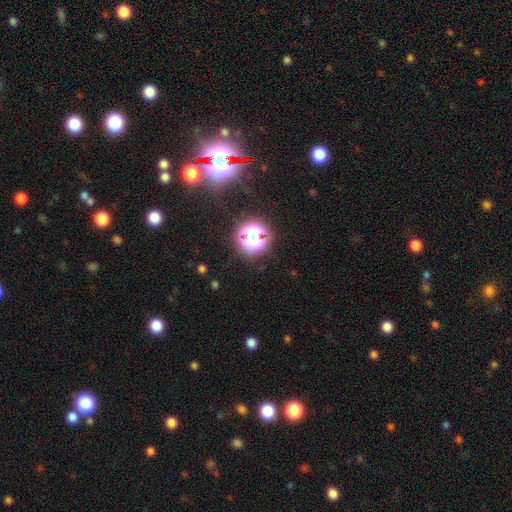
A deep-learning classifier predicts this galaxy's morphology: This appears to be a star or artifact, not a galaxy (79%).